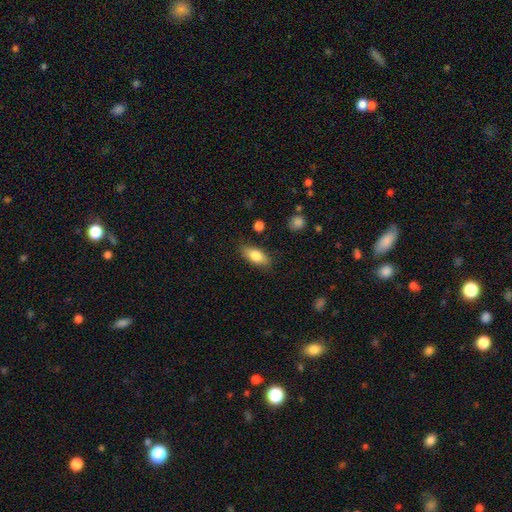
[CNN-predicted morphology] The model was most divided on "smooth or featured": smooth: 79%, featured or disk: 14%, star or artifact: 7%. More confident: merging — none (83%); how rounded — in between (83%).